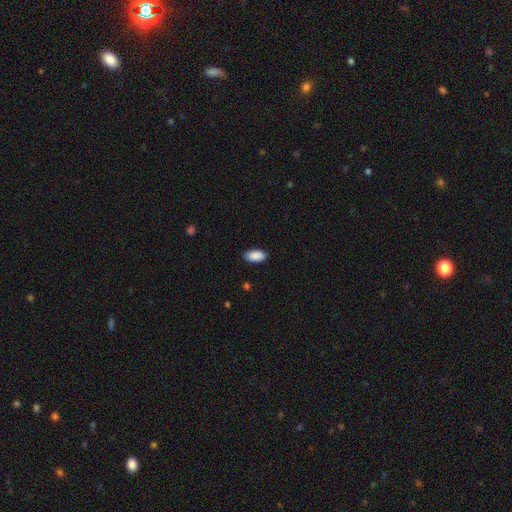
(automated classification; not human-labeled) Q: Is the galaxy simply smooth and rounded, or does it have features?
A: smooth — 90%.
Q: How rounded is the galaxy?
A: in between — 94%.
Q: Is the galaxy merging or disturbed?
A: none — 87%.